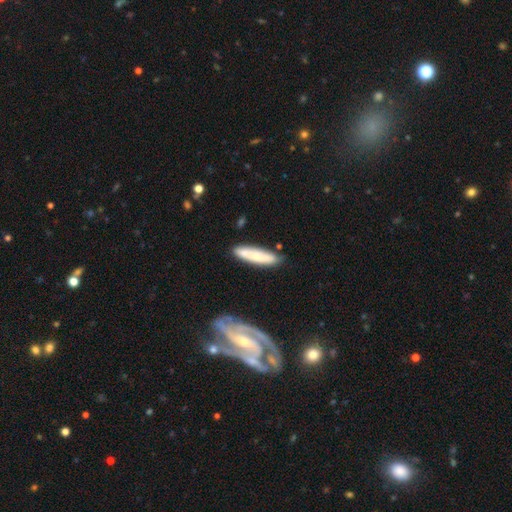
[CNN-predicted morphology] This is likely a smooth galaxy (65%). How rounded: likely cigar-shaped (76%). Merging: likely none (79%).